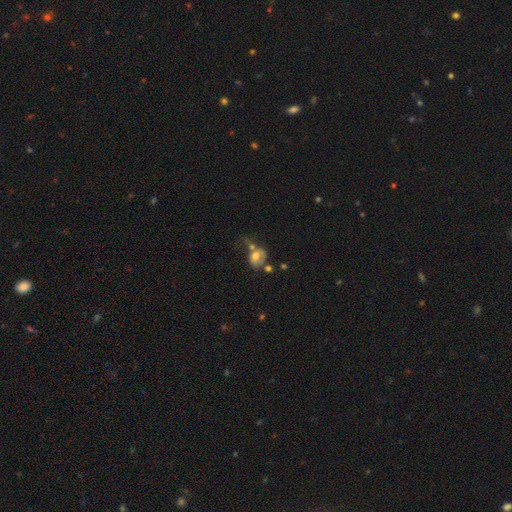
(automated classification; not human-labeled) smooth_or_featured: smooth (p=0.60) [alt: featured or disk p=0.30]
how_rounded: in between (p=0.59) [alt: round p=0.40]
merging: merger (p=0.31) [alt: none p=0.25]